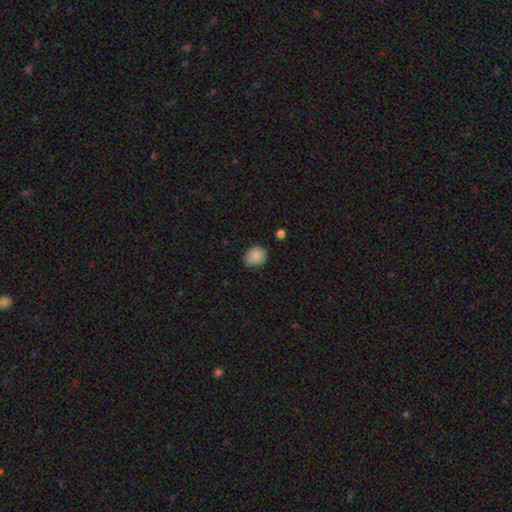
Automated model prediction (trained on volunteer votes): Q: Smooth or featured?
A: smooth (87%); runner-up: star or artifact (8%)
Q: How rounded?
A: round (70%); runner-up: in between (29%)
Q: Merging?
A: none (78%); runner-up: minor disturbance (17%)